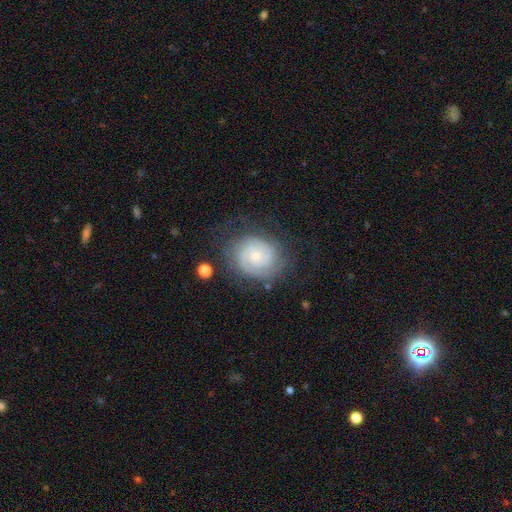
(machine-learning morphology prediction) Smooth or featured: featured or disk — 77% (smooth — 16%)
Edge-on disk: no — 98% (yes — 2%)
Bar: no — 70% (weak — 26%)
Spiral arms: yes — 95% (no — 5%)
Spiral winding: tight — 70% (medium — 24%)
Spiral arm count: 2 — 51% (can't tell — 25%)
Bulge size: small — 66% (moderate — 26%)
Merging: none — 74% (minor disturbance — 16%)